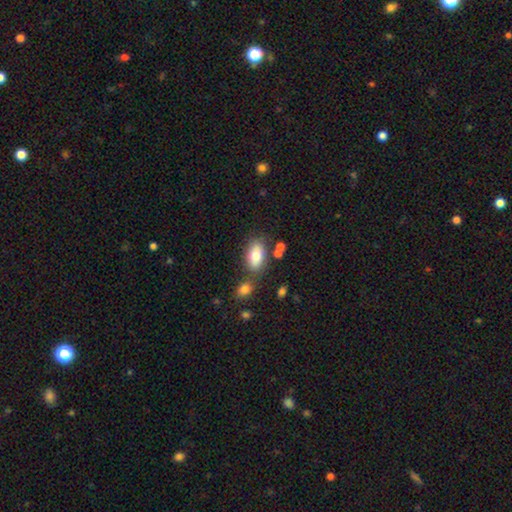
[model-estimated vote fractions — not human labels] smooth_or_featured: smooth (p=0.77) [alt: featured or disk p=0.15]
how_rounded: in between (p=0.90) [alt: round p=0.06]
merging: none (p=0.67) [alt: merger p=0.15]